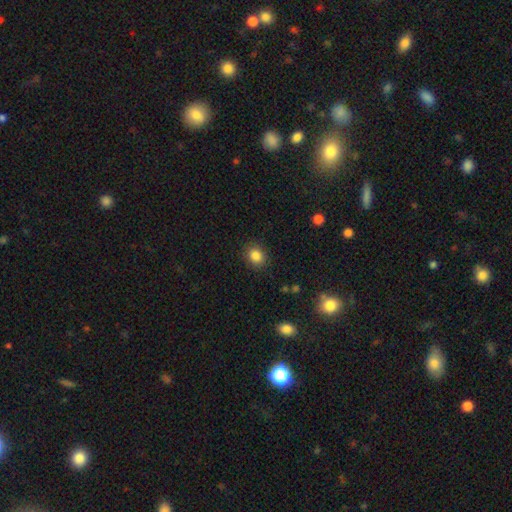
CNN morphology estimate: Smooth or featured: smooth — 85% (star or artifact — 10%)
How rounded: round — 60% (in between — 39%)
Merging: none — 87% (minor disturbance — 9%)